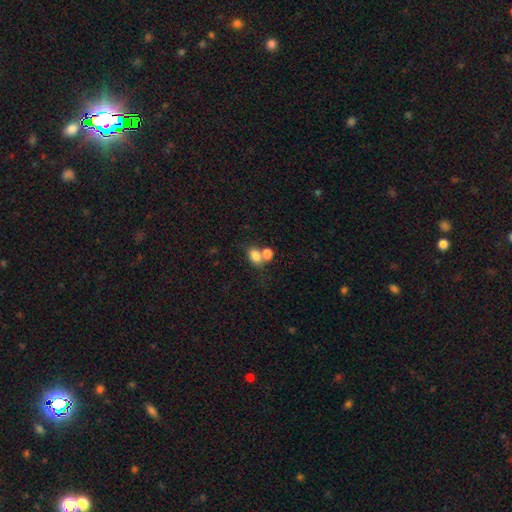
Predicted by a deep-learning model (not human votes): Overall: smooth (79%). How rounded: in between (64%; round 35%). Merging: merger (49%; none 36%).